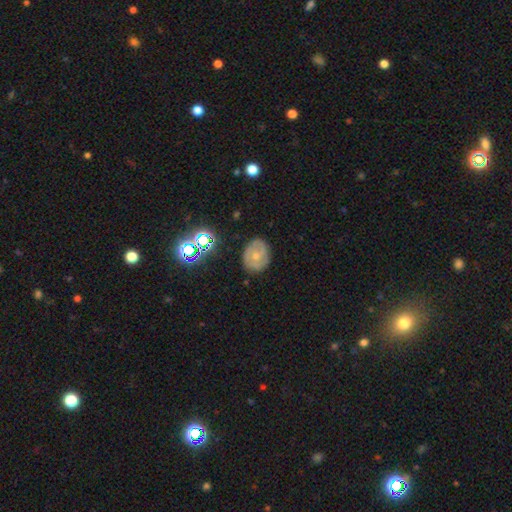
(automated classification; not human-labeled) The model was most divided on "smooth or featured": featured or disk: 50%, smooth: 38%, star or artifact: 11%. More confident: edge-on disk — no (96%); merging — none (77%).